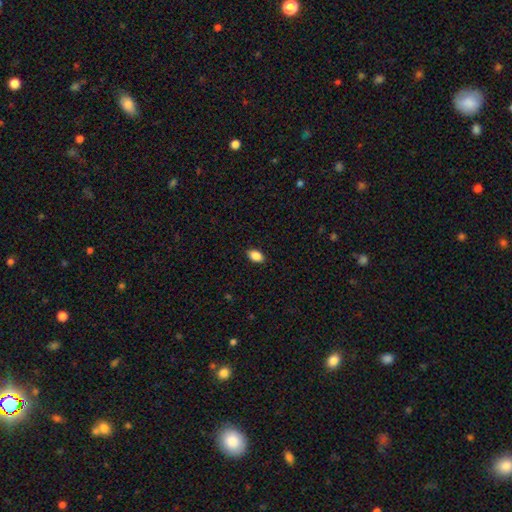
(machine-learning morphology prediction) smooth 88%, star or artifact 8%, featured or disk 4%. Down the decision tree: how rounded — in between (89%); merging — none (88%).